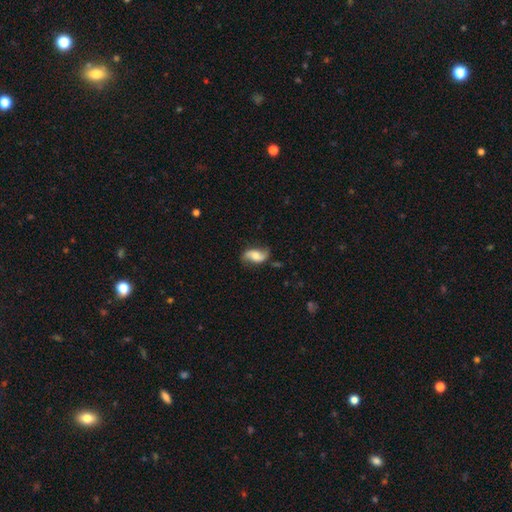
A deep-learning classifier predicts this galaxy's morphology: Smooth or featured: featured or disk — 64% (smooth — 28%)
Edge-on disk: no — 95% (yes — 5%)
Bar: no — 53% (weak — 34%)
Spiral arms: yes — 91% (no — 9%)
Spiral winding: loose — 70% (medium — 22%)
Spiral arm count: 2 — 90% (can't tell — 4%)
Bulge size: moderate — 48% (small — 26%)
Merging: none — 72% (minor disturbance — 19%)